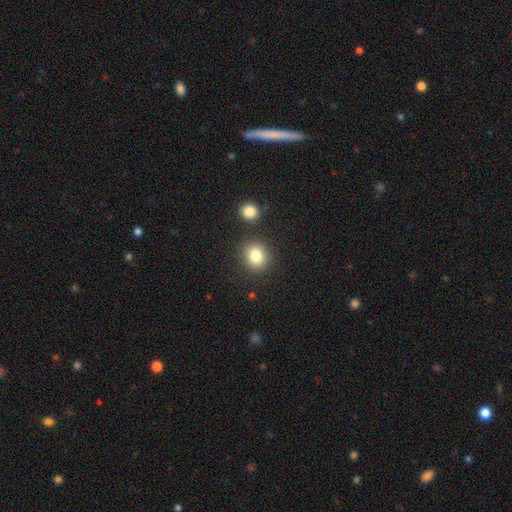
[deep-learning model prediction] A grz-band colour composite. It shows a smooth galaxy with no disk features (83%) that is round (78%). Merging: none (82%).